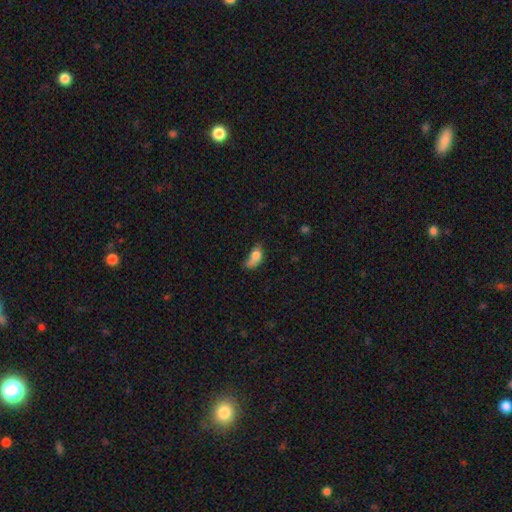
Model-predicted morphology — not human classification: smooth 75%, featured or disk 15%, star or artifact 10%. Down the decision tree: how rounded — in between (80%); merging — minor disturbance (31%).